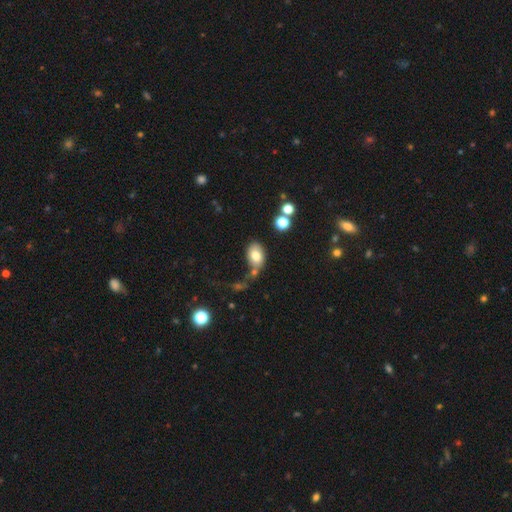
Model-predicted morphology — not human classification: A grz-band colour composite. It shows a smooth galaxy with no disk features (77%) that is in between round and cigar-shaped (80%). Merging: none (54%).